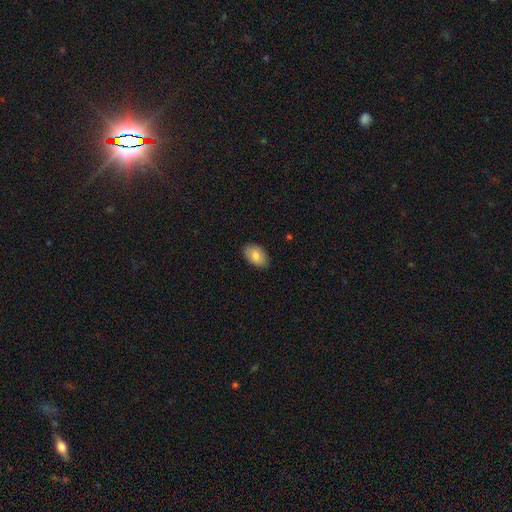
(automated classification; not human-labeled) Morphology: type=smooth (82%); roundness=in between (91%); merging=none (87%).